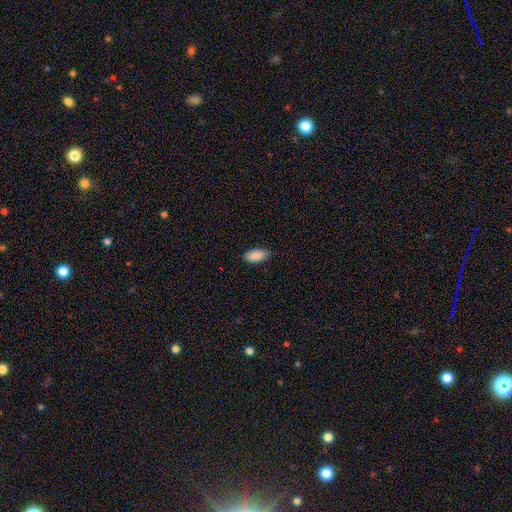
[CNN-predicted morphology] Overall: smooth (90%). How rounded: in between (90%). Merging: none (88%).